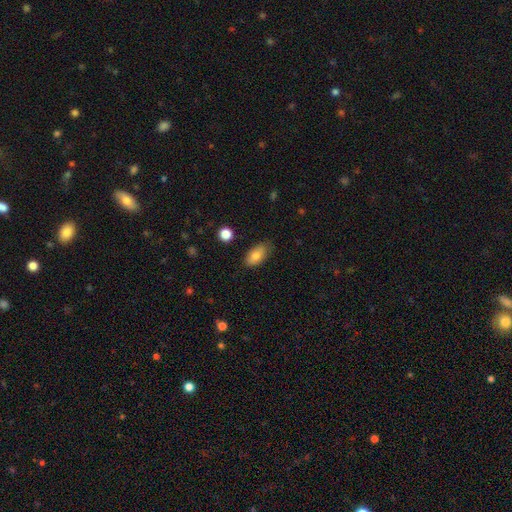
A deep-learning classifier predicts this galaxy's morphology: Smooth or featured: smooth — 83% (featured or disk — 9%)
How rounded: in between — 91% (round — 4%)
Merging: none — 77% (minor disturbance — 18%)